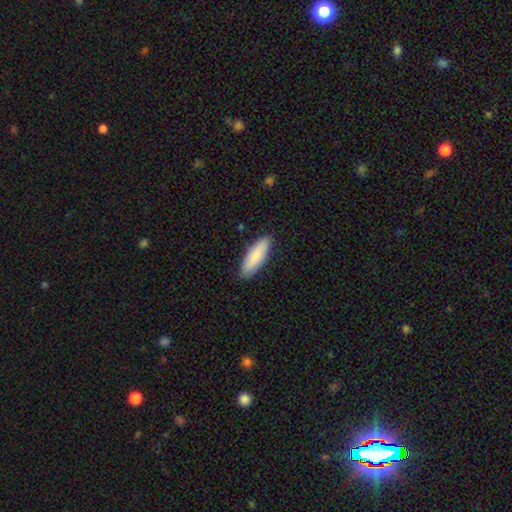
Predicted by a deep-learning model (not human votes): Overall: smooth (86%). How rounded: in between (52%; cigar-shaped 46%). Merging: none (89%).